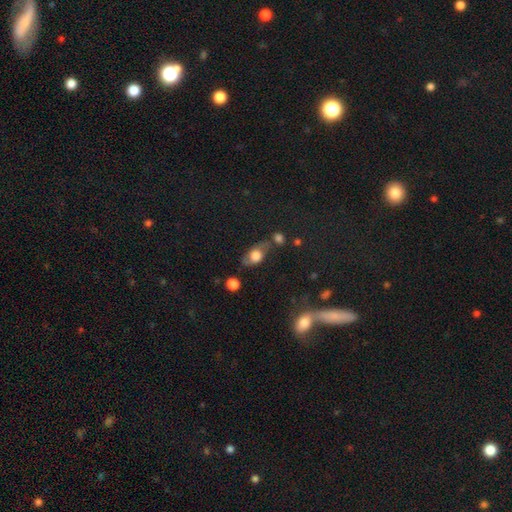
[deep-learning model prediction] smooth_or_featured: smooth (p=0.59) [alt: featured or disk p=0.30]
how_rounded: in between (p=0.77) [alt: round p=0.18]
merging: none (p=0.58) [alt: minor disturbance p=0.24]